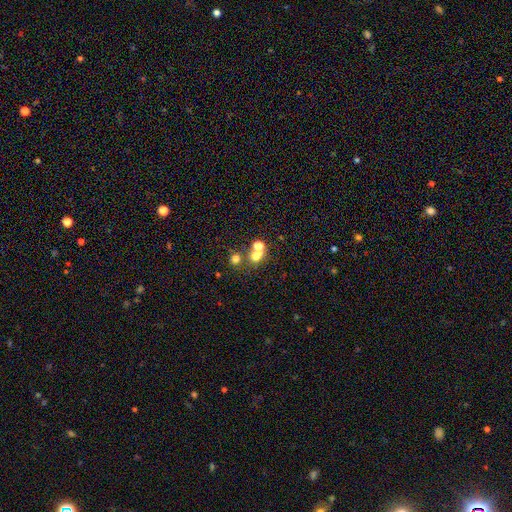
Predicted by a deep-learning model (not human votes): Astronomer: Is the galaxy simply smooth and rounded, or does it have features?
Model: smooth — 63%.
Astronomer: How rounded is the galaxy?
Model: round — 67%.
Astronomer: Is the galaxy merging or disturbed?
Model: none — 48% (runner-up: merger, 40%).